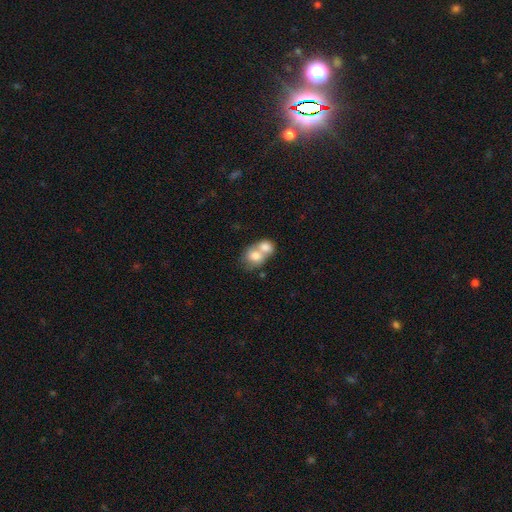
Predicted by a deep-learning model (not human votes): A smooth galaxy with no disk features (75%) that is round (52%). Merging: merger (74%).